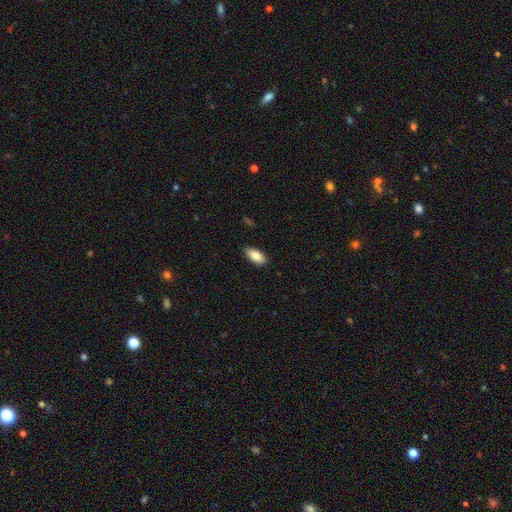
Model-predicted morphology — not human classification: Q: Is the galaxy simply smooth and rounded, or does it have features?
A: smooth — 85%.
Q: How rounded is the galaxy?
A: in between — 90%.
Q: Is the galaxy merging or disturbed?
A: none — 89%.